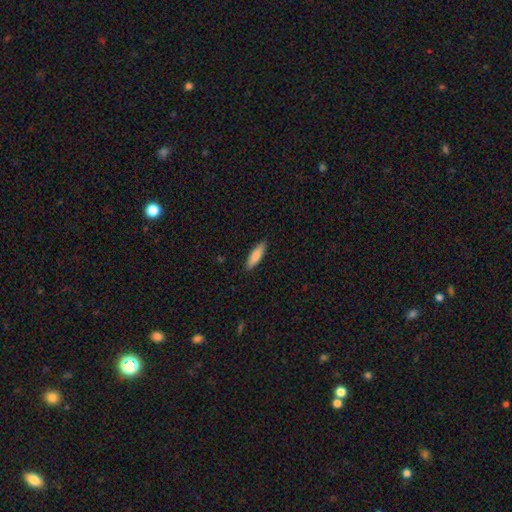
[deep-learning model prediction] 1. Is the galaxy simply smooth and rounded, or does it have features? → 83% smooth, 11% featured or disk, 6% star or artifact.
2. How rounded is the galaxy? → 60% cigar-shaped, 38% in between, 2% round.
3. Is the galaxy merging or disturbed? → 89% none, 8% minor disturbance, 2% major disturbance, 1% merger.